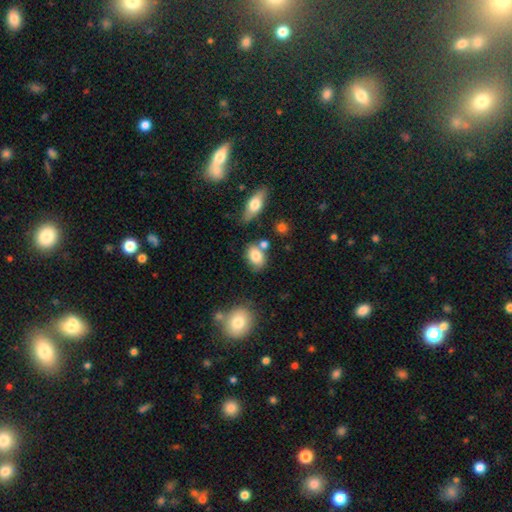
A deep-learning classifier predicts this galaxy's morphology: The model was most divided on "merging": none: 65%, minor disturbance: 17%, merger: 13%, major disturbance: 4%. More confident: smooth or featured — smooth (80%); how rounded — in between (77%).